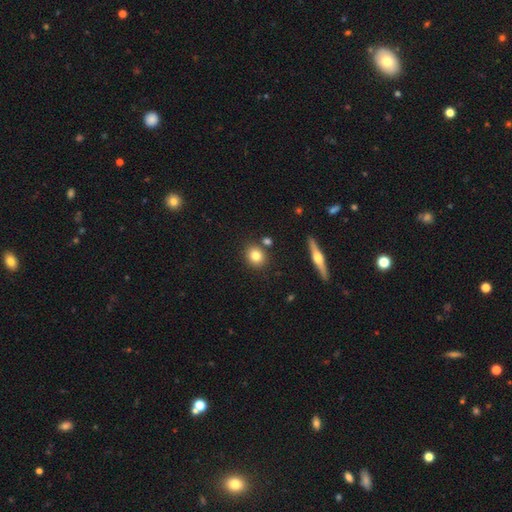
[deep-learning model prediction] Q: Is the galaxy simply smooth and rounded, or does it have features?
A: smooth — 79%.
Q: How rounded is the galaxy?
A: round — 78%.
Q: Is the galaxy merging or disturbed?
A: none — 83%.